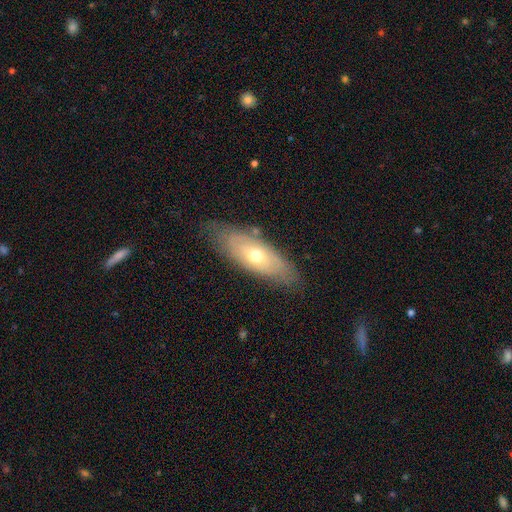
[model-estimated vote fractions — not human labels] Morphology: type=featured or disk (53%); edge-on=no (75%); merging=none (77%).